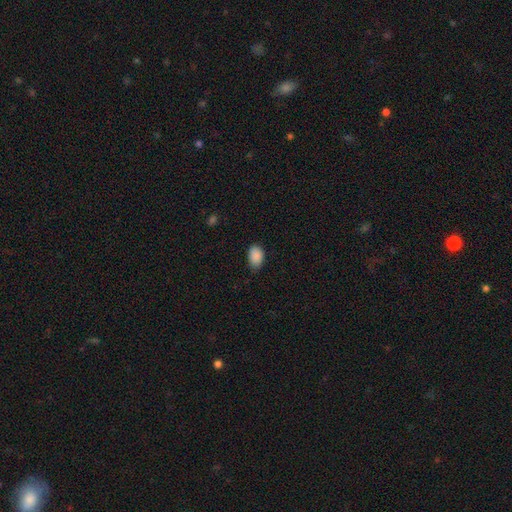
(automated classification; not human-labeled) A smooth galaxy with no disk features (89%) that is in between round and cigar-shaped (88%). Merging: none (70%).